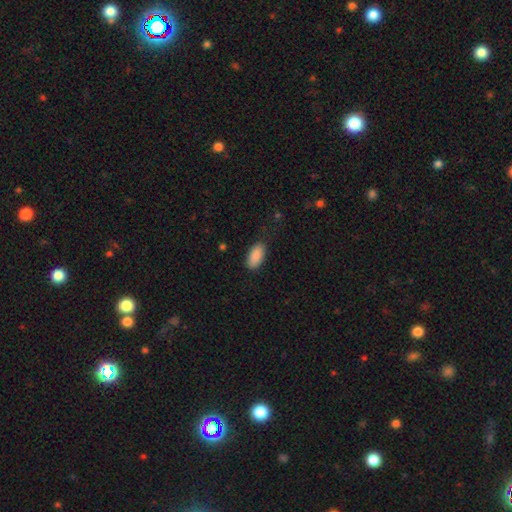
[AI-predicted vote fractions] Smooth or featured? Predicted: smooth (p=0.89). How rounded? Predicted: in between (p=0.93). Merging? Predicted: none (p=0.83).